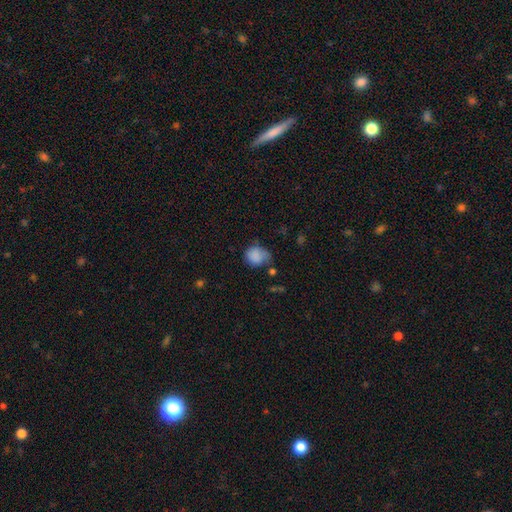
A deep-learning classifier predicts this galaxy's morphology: A smooth galaxy with no disk features (82%) that is round (61%).

Vote fractions:
- Smooth or featured? smooth: 82% / star or artifact: 9% / featured or disk: 8%
- How rounded? round: 61% / in between: 38% / cigar-shaped: 1%
- Merging? none: 48% / minor disturbance: 34% / major disturbance: 12% / merger: 6%